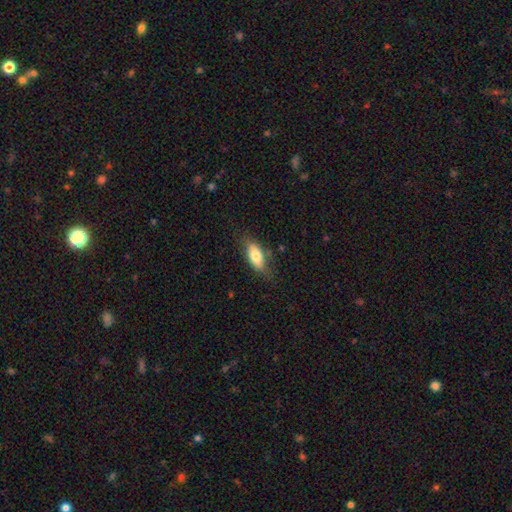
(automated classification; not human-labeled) A smooth galaxy with no disk features (74%) that is in between round and cigar-shaped (82%).

Vote fractions:
- Smooth or featured? smooth: 74% / featured or disk: 19% / star or artifact: 7%
- How rounded? in between: 82% / cigar-shaped: 15% / round: 3%
- Merging? none: 69% / minor disturbance: 22% / major disturbance: 7% / merger: 2%